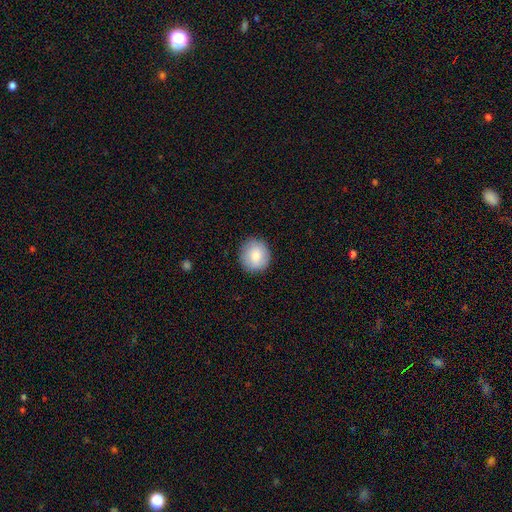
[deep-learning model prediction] smooth 79%, featured or disk 14%, star or artifact 8%. Down the decision tree: how rounded — round (89%); merging — none (89%).